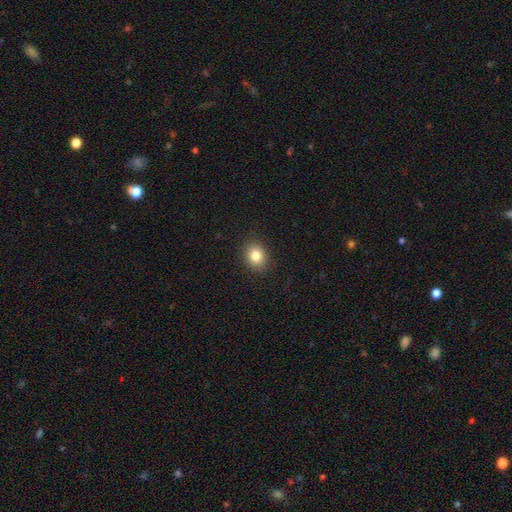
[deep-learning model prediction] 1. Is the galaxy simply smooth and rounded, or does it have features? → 83% smooth, 10% star or artifact, 7% featured or disk.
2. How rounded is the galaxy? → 60% round, 39% in between, 1% cigar-shaped.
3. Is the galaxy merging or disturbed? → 90% none, 7% minor disturbance, 2% major disturbance, 1% merger.